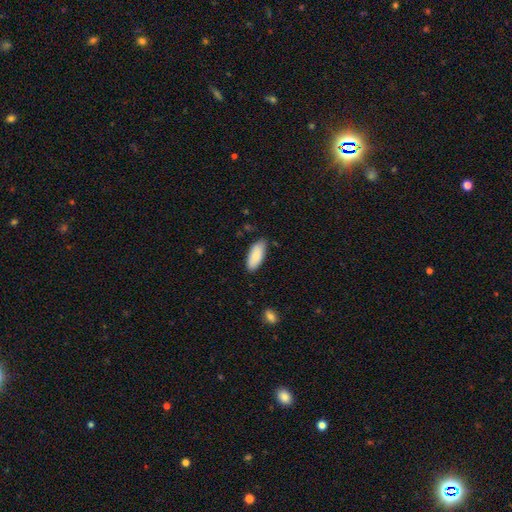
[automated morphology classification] Smooth or featured?
  - smooth: 88% *
  - featured or disk: 6%
  - star or artifact: 6%
How rounded?
  - in between: 87% *
  - cigar-shaped: 12%
  - round: 2%
Merging?
  - none: 80% *
  - minor disturbance: 17%
  - major disturbance: 3%
  - merger: 1%